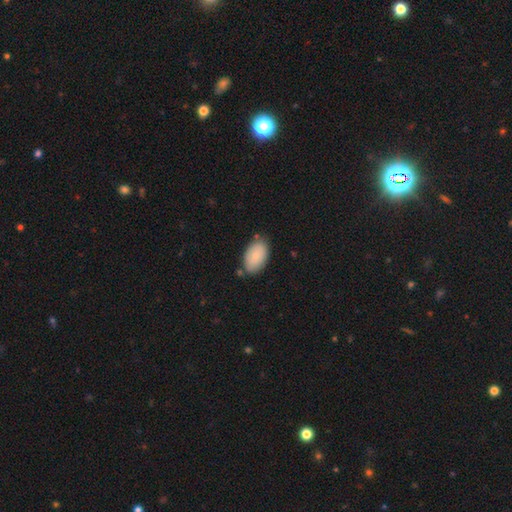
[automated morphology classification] Smooth or featured? smooth (82%)
How rounded? in between (94%)
Merging? none (77%)